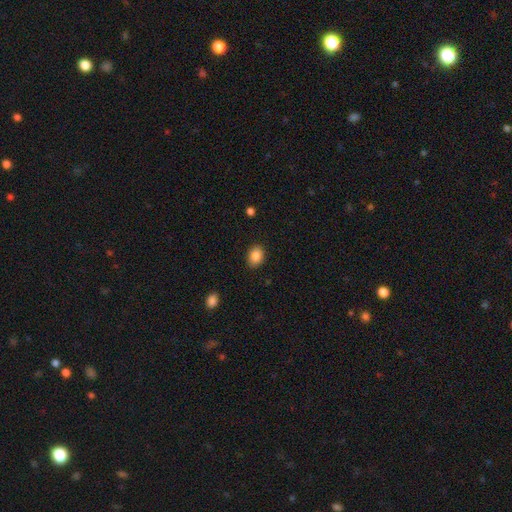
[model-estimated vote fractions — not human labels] The model was most divided on "how rounded": in between: 67%, round: 32%, cigar-shaped: 1%. More confident: merging — none (88%); smooth or featured — smooth (87%).